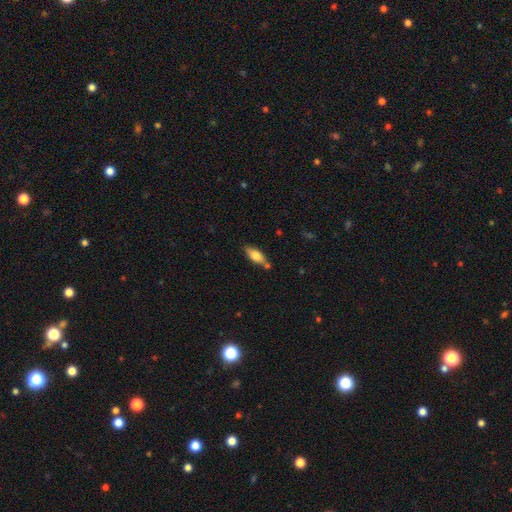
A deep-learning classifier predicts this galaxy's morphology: type=smooth (72%); roundness=in between (73%); merging=none (69%).